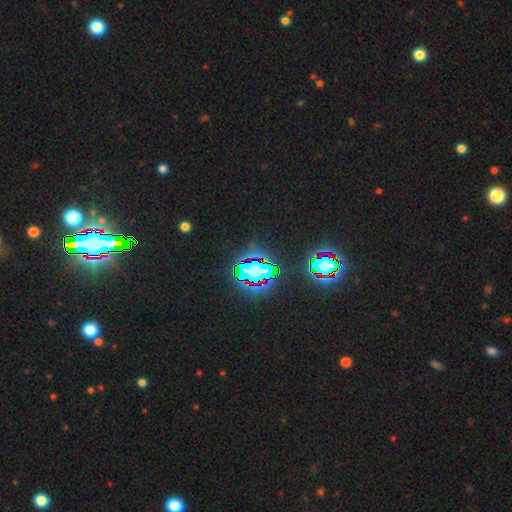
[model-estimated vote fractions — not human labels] Smooth or featured? Predicted: star or artifact (p=0.85).